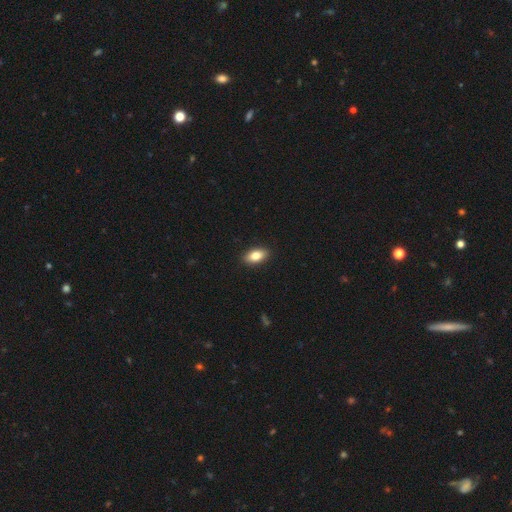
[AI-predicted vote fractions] The model was most divided on "smooth or featured": smooth: 83%, featured or disk: 10%, star or artifact: 7%. More confident: merging — none (90%); how rounded — in between (90%).